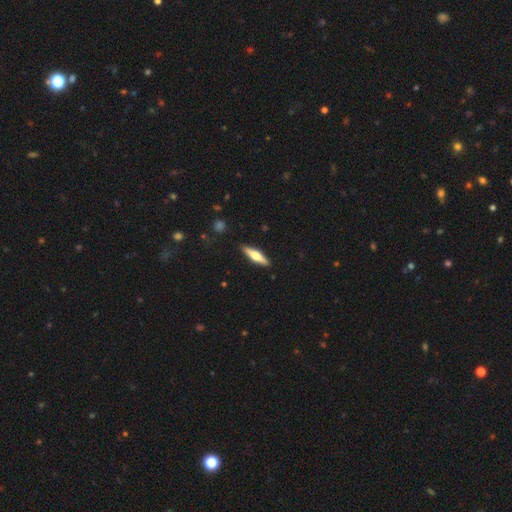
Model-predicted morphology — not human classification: Smooth or featured?
  - featured or disk: 50% *
  - smooth: 45%
  - star or artifact: 6%
Merging?
  - none: 89% *
  - minor disturbance: 8%
  - major disturbance: 2%
  - merger: 1%